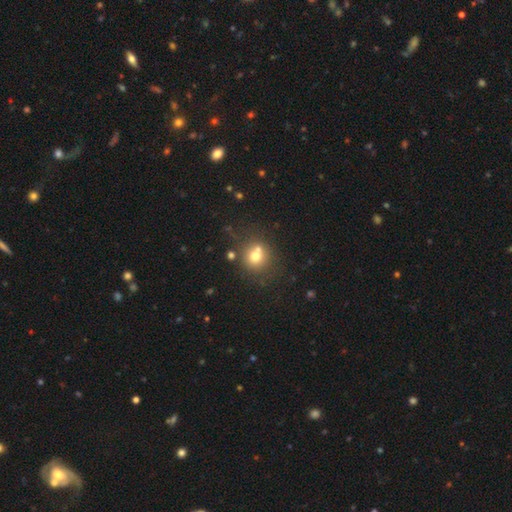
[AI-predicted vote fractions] Smooth or featured? Predicted: smooth (p=0.69). How rounded? Predicted: round (p=0.85). Merging? Predicted: none (p=0.56).